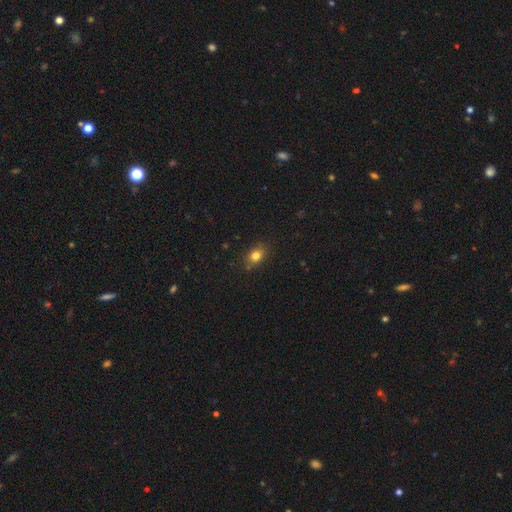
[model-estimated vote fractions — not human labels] A smooth galaxy with no disk features (81%) that is in between round and cigar-shaped (64%).

Vote fractions:
- Smooth or featured? smooth: 81% / star or artifact: 11% / featured or disk: 8%
- How rounded? in between: 64% / round: 34% / cigar-shaped: 2%
- Merging? none: 80% / minor disturbance: 15% / major disturbance: 3% / merger: 2%